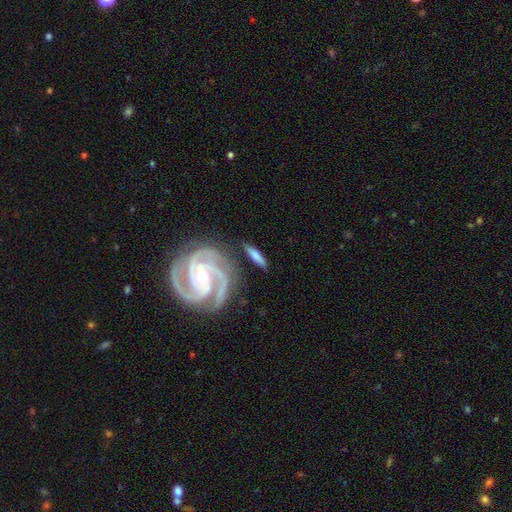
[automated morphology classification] This appears to be a smooth galaxy with no disk features (47%, tied with featured or disk). Merging: none (67%).